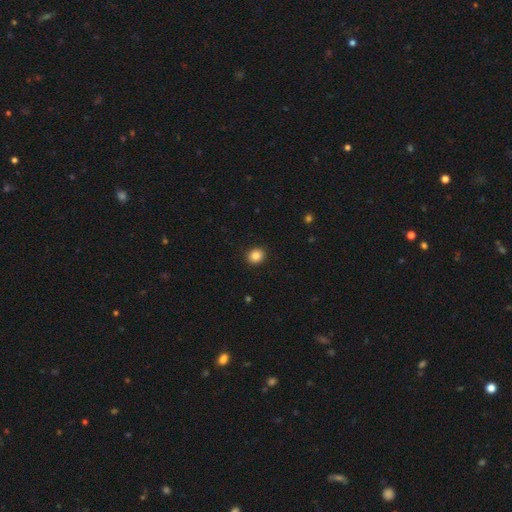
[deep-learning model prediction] Smooth or featured? Predicted: smooth (p=0.86). How rounded? Predicted: round (p=0.77). Merging? Predicted: none (p=0.91).